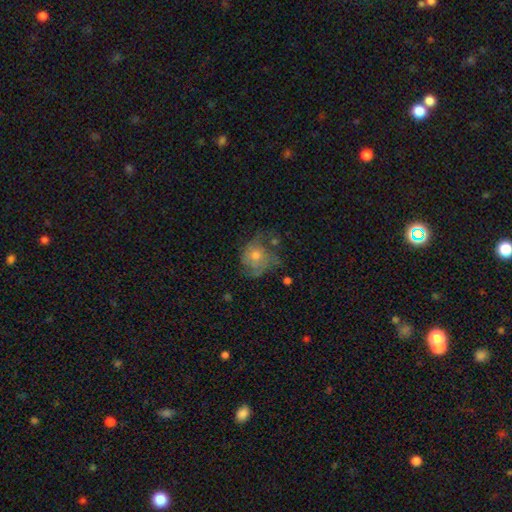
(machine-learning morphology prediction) smooth_or_featured: featured or disk (p=0.50) [alt: smooth p=0.39]
merging: none (p=0.49) [alt: minor disturbance p=0.25]